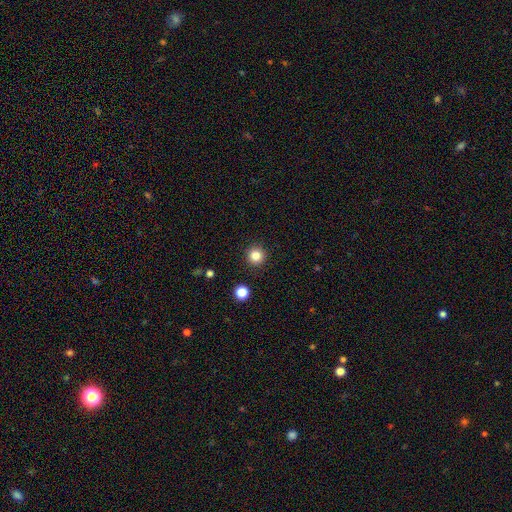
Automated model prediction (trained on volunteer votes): Smooth or featured: smooth — 83% (star or artifact — 12%)
How rounded: round — 96% (in between — 4%)
Merging: none — 92% (minor disturbance — 5%)